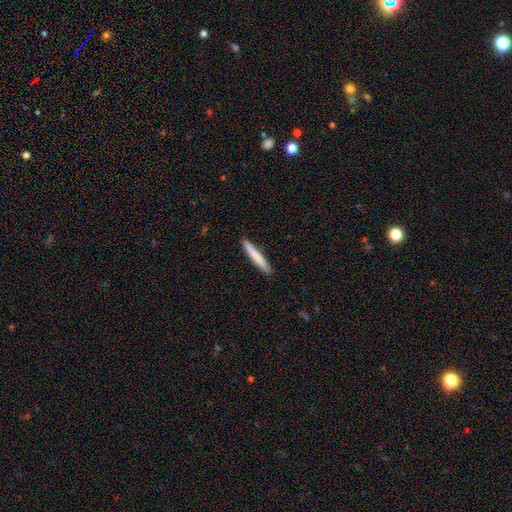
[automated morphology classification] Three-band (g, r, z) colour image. It shows a smooth galaxy with no disk features (76%) that is cigar-shaped (96%). Merging: none (91%).